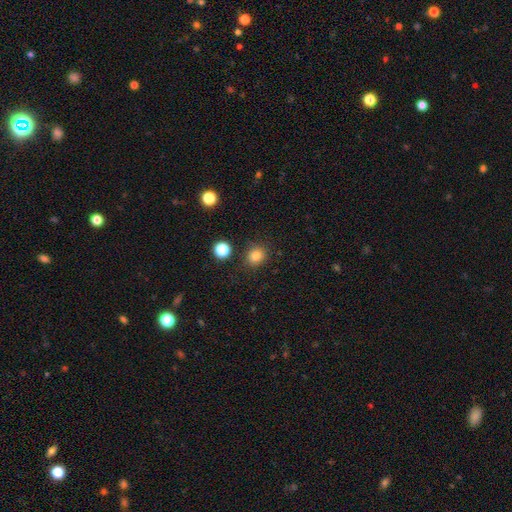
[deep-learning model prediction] Morphology: type=smooth (82%); roundness=round (79%); merging=none (85%).